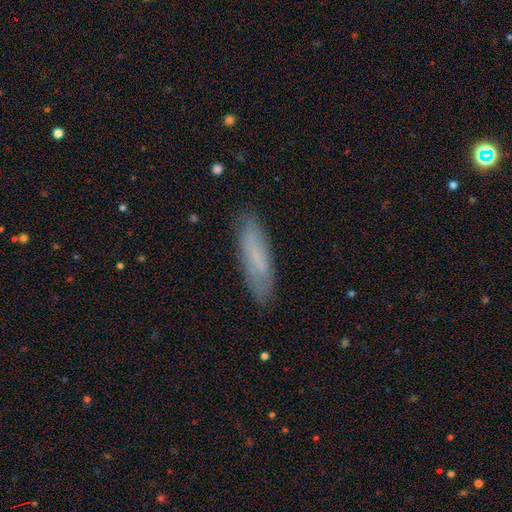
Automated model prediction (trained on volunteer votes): A smooth galaxy with no disk features (66%) that is cigar-shaped (69%).

Vote fractions:
- Smooth or featured? smooth: 66% / featured or disk: 26% / star or artifact: 8%
- How rounded? cigar-shaped: 69% / in between: 29% / round: 2%
- Merging? none: 82% / minor disturbance: 13% / major disturbance: 3% / merger: 1%